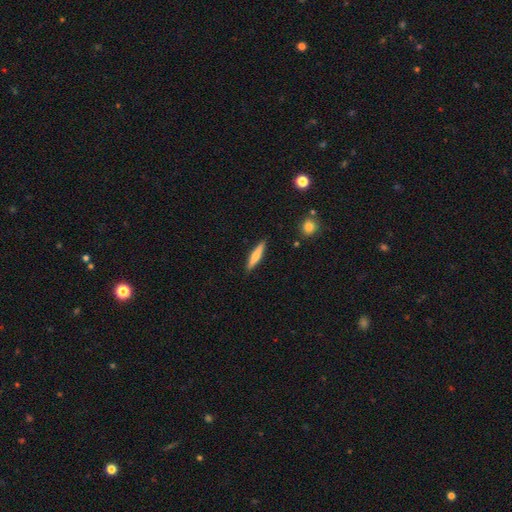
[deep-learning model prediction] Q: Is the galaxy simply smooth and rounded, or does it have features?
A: smooth — 60%.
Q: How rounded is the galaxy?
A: cigar-shaped — 90%.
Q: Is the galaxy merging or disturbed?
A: none — 90%.